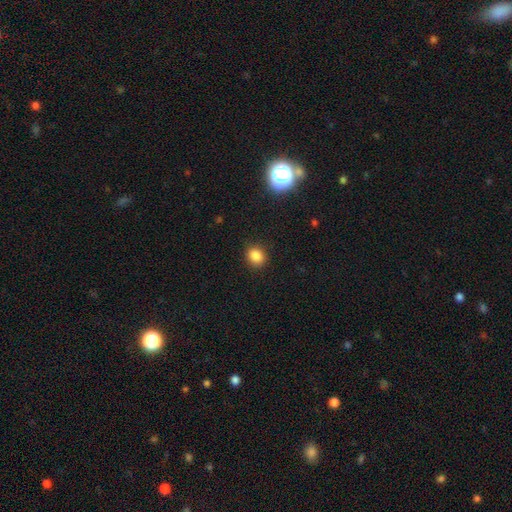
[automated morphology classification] Smooth or featured? Predicted: smooth (p=0.84). How rounded? Predicted: round (p=0.70). Merging? Predicted: none (p=0.89).